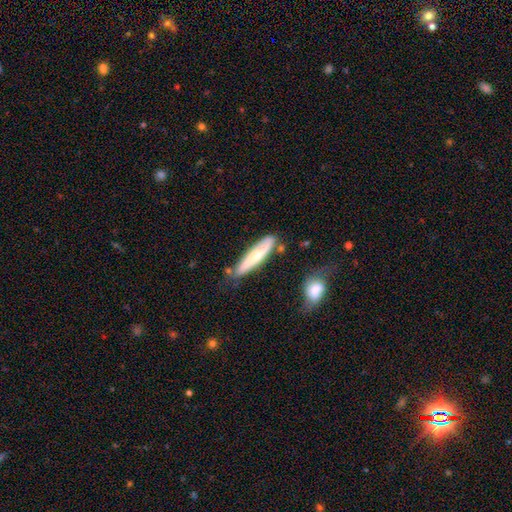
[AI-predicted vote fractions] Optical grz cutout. It shows a smooth galaxy with no disk features (52%) that is cigar-shaped (82%). Merging: none (73%).